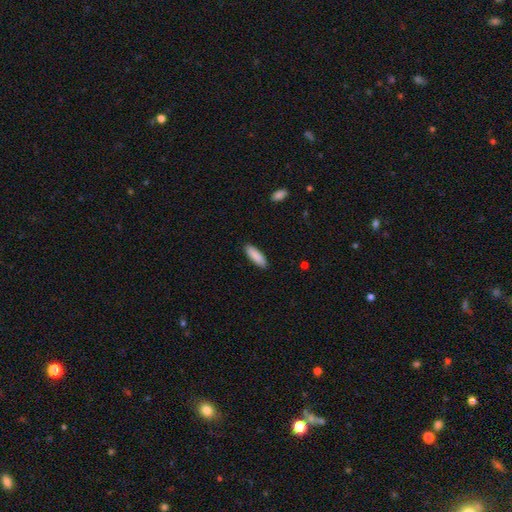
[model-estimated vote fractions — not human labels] smooth-or-featured: smooth: 90% | star or artifact: 5% | featured or disk: 5%
  how-rounded: in between: 51% | cigar-shaped: 48% | round: 1%
  merging: none: 90% | minor disturbance: 7% | major disturbance: 2% | merger: 1%